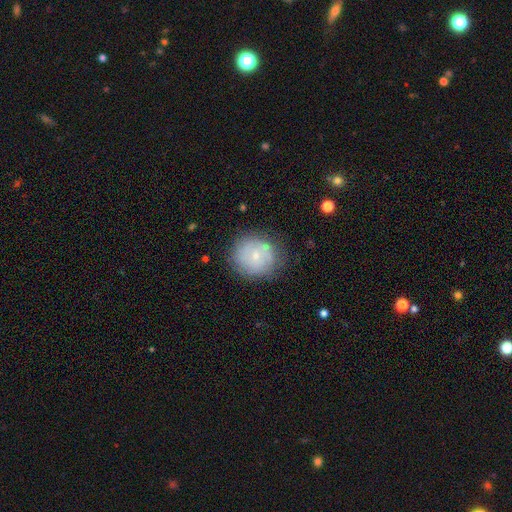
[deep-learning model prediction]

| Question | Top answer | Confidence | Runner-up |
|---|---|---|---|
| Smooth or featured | smooth | 58% | featured or disk (34%) |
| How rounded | round | 87% | in between (12%) |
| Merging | none | 74% | minor disturbance (18%) |